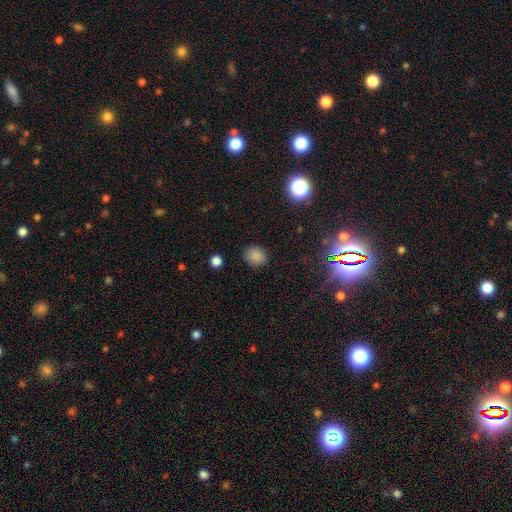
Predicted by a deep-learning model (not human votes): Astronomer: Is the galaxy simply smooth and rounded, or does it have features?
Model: smooth — 82%.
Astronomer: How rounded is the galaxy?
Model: round — 74%.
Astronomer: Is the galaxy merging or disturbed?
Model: none — 87%.